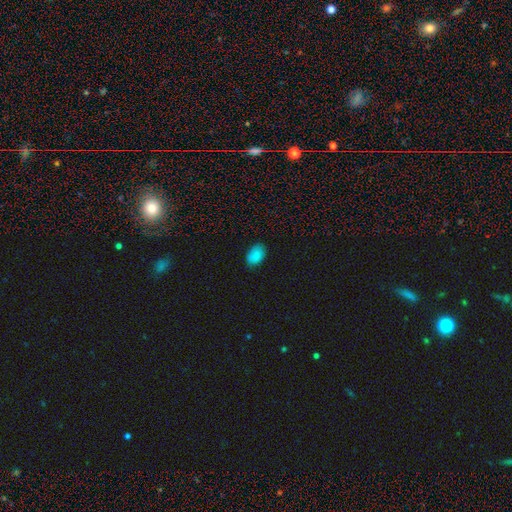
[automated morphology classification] This is clearly a smooth galaxy (86%). How rounded: clearly in between (90%). Merging: clearly none (85%).